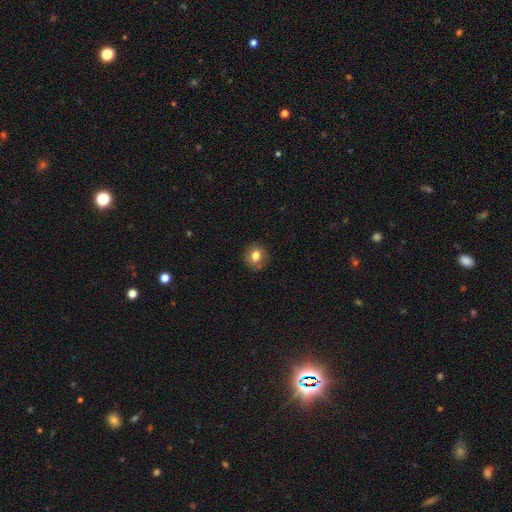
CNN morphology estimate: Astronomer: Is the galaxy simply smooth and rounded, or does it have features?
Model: smooth — 79%.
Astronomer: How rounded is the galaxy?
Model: round — 84%.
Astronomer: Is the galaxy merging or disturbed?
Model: none — 86%.